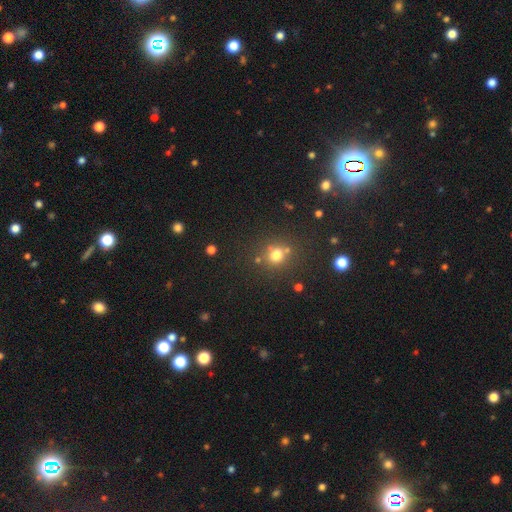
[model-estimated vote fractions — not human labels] Smooth or featured?
  - smooth: 48% *
  - star or artifact: 45%
  - featured or disk: 7%
Merging?
  - none: 88% *
  - minor disturbance: 7%
  - major disturbance: 3%
  - merger: 3%